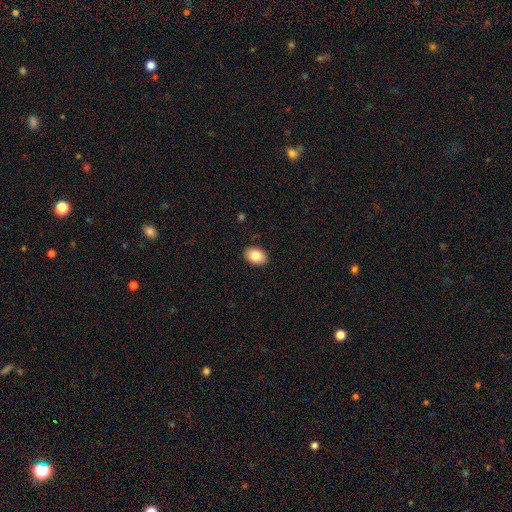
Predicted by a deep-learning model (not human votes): Smooth or featured? smooth (84%)
How rounded? in between (81%)
Merging? none (90%)